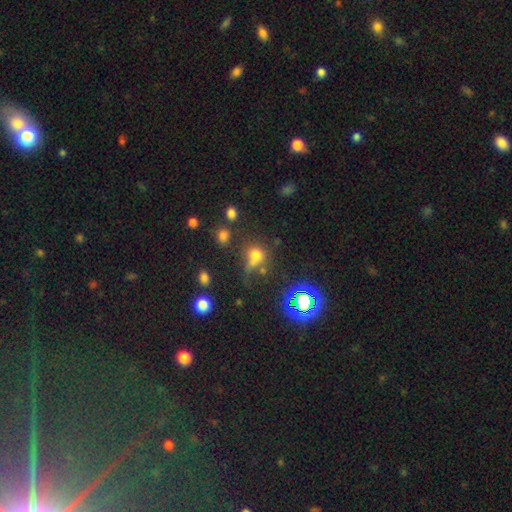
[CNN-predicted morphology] smooth_or_featured: smooth (p=0.66) [alt: star or artifact p=0.23]
how_rounded: round (p=0.77) [alt: in between p=0.22]
merging: none (p=0.47) [alt: merger p=0.24]